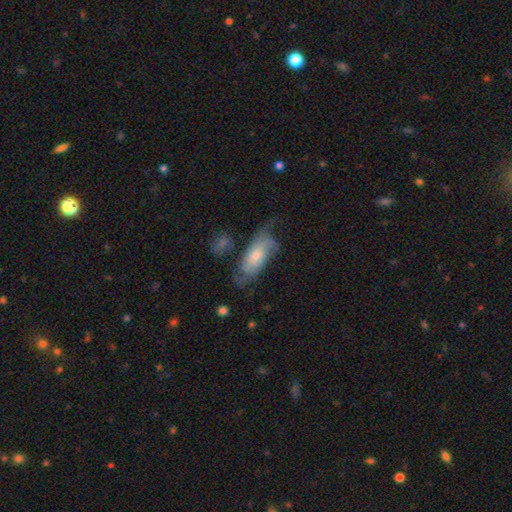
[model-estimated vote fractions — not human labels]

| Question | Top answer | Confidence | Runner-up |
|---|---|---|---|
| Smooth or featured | featured or disk | 55% | smooth (37%) |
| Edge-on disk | no | 86% | yes (14%) |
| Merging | none | 48% | minor disturbance (27%) |